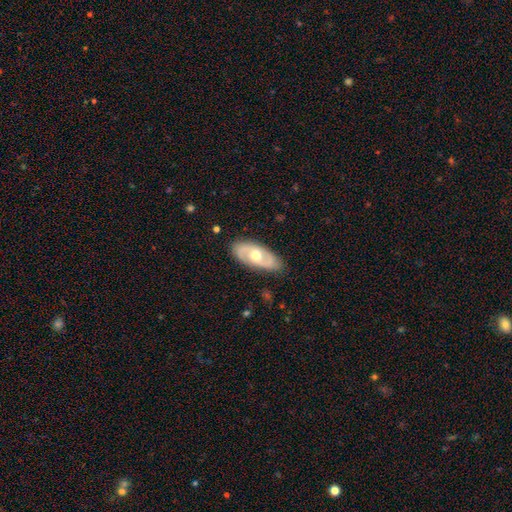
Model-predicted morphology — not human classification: Smooth or featured? Predicted: featured or disk (p=0.67). Edge-on disk? Predicted: no (p=0.89). Bar? Predicted: no (p=0.64). Spiral arms? Predicted: yes (p=0.72). Bulge size? Predicted: moderate (p=0.74). Merging? Predicted: none (p=0.84).